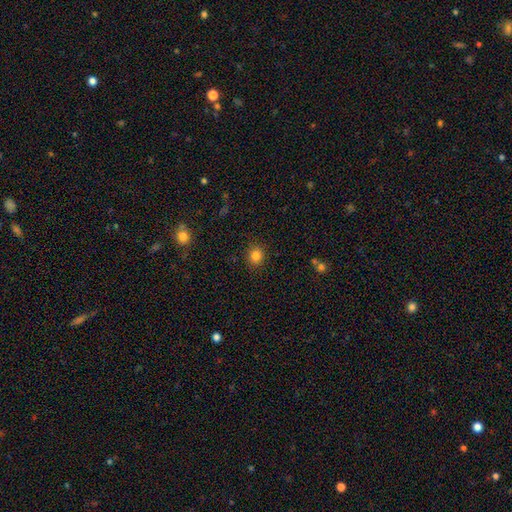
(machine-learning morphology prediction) smooth-or-featured: smooth: 83% | star or artifact: 12% | featured or disk: 5%
  how-rounded: round: 80% | in between: 19% | cigar-shaped: 1%
  merging: none: 90% | minor disturbance: 7% | major disturbance: 2% | merger: 1%